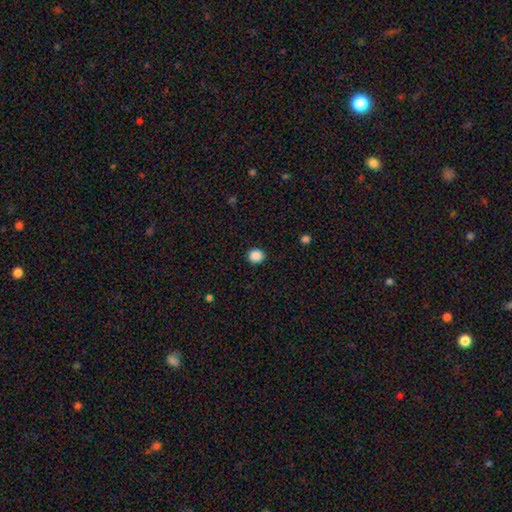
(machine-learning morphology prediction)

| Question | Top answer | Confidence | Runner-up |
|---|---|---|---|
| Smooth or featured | smooth | 88% | star or artifact (10%) |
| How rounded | round | 84% | in between (15%) |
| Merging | none | 90% | minor disturbance (6%) |